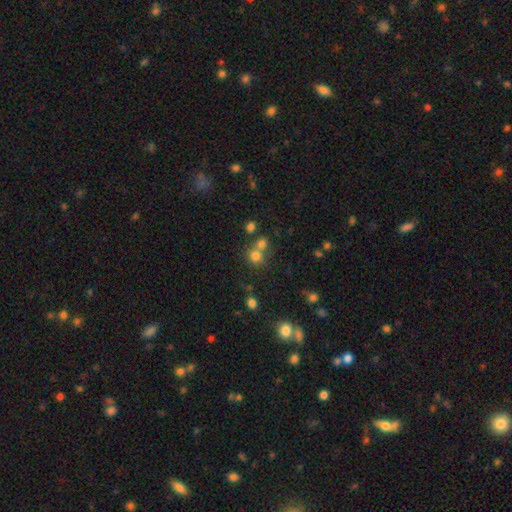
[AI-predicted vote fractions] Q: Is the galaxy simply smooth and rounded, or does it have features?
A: smooth — 74%.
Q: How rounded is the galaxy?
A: round — 86%.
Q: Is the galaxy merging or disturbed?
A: none — 51%.